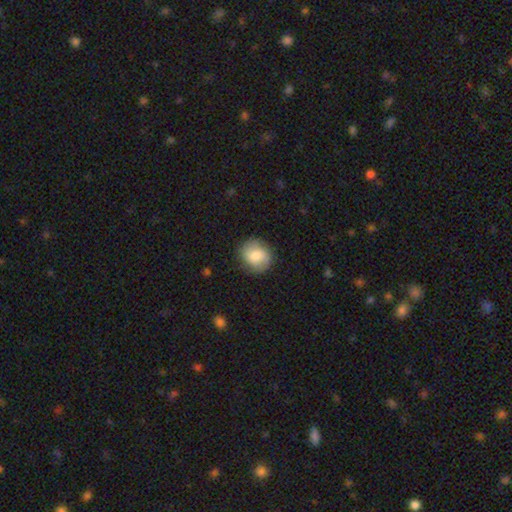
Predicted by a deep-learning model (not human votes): Smooth or featured? Predicted: smooth (p=0.68). How rounded? Predicted: round (p=0.77). Merging? Predicted: none (p=0.83).